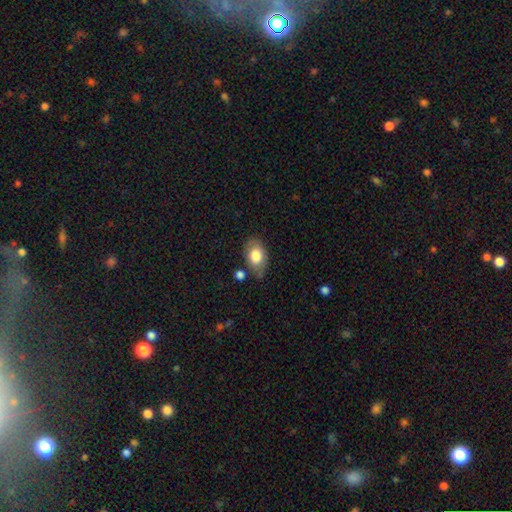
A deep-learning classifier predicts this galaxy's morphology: Q: Smooth or featured?
A: smooth (77%); runner-up: featured or disk (17%)
Q: How rounded?
A: in between (86%); runner-up: round (13%)
Q: Merging?
A: none (65%); runner-up: minor disturbance (23%)